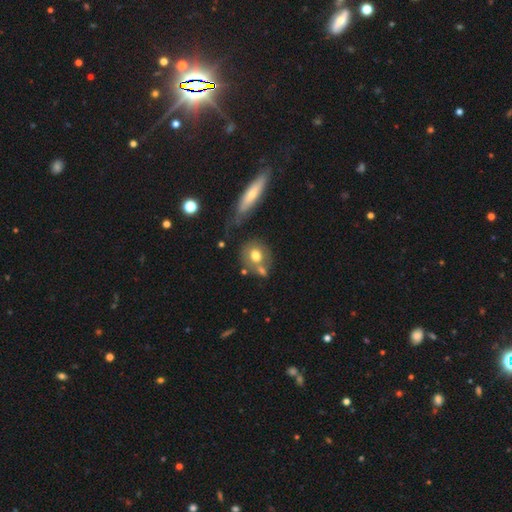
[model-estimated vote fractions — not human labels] A smooth galaxy with no disk features (65%) that is round (72%). Merging: none (48%).